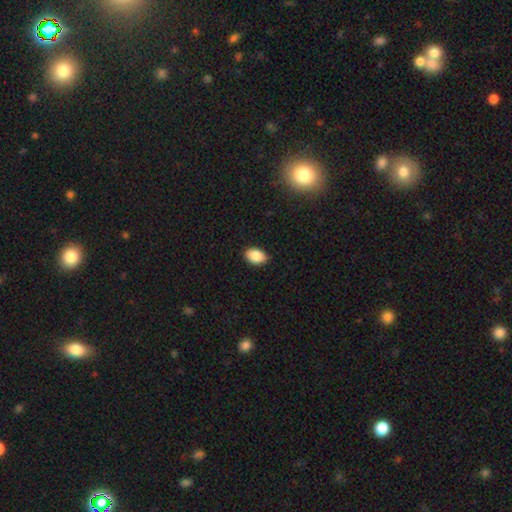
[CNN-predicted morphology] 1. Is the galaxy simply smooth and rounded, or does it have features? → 87% smooth, 7% star or artifact, 5% featured or disk.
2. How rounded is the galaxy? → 89% in between, 10% round, 1% cigar-shaped.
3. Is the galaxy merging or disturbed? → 88% none, 10% minor disturbance, 2% major disturbance, 1% merger.